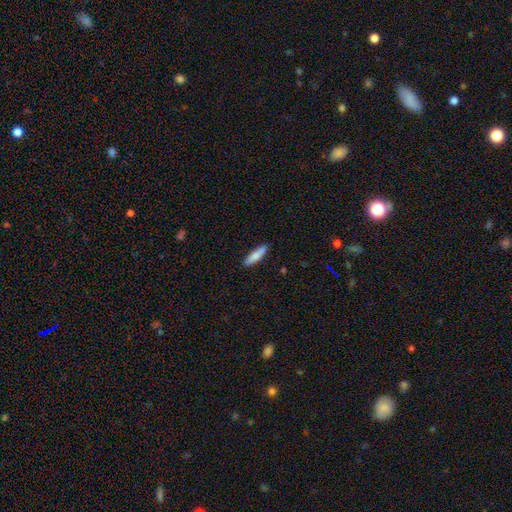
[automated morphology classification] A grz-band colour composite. It shows a smooth galaxy with no disk features (81%) that is cigar-shaped (78%). Merging: none (89%).